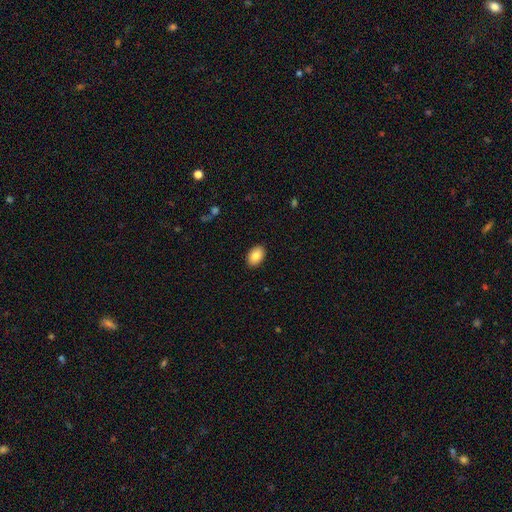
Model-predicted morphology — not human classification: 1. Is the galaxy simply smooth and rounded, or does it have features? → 86% smooth, 7% featured or disk, 7% star or artifact.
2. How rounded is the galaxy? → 87% in between, 12% round, 1% cigar-shaped.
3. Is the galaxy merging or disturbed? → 90% none, 7% minor disturbance, 2% major disturbance, 1% merger.